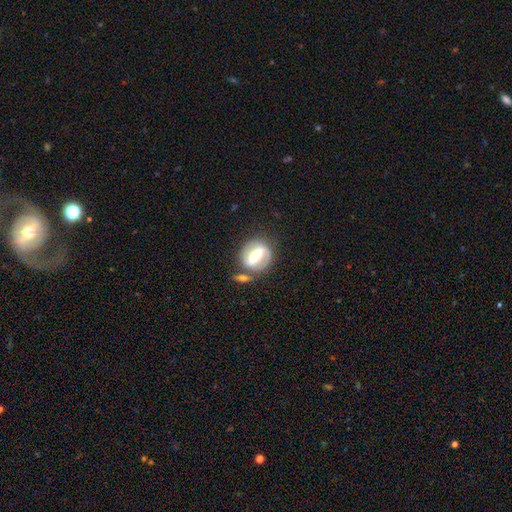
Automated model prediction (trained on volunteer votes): This appears to be a featured or disk galaxy (71%) with a strong bar (70%), spiral arms (68%) and a moderate central bulge (50%). Merging: none (63%).